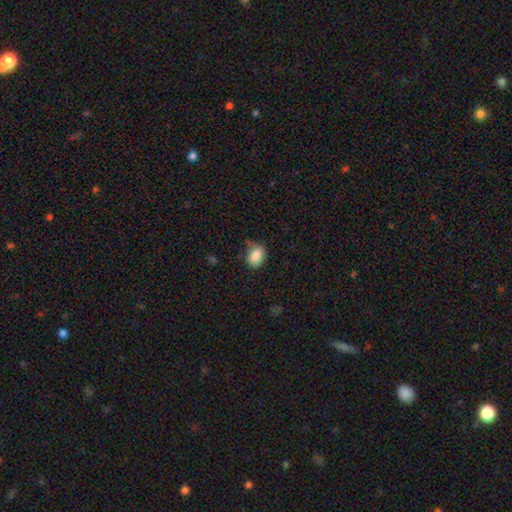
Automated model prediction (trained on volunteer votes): This is clearly a smooth galaxy (85%). How rounded: likely in between (66%). Merging: likely none (66%).